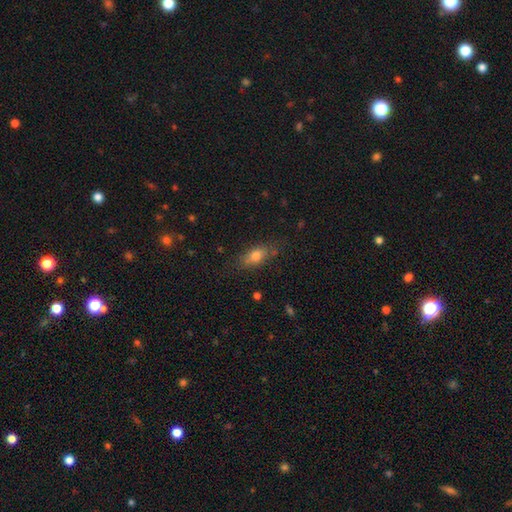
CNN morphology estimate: smooth_or_featured: smooth (p=0.73) [alt: featured or disk p=0.17]
how_rounded: in between (p=0.77) [alt: cigar-shaped p=0.15]
merging: none (p=0.71) [alt: minor disturbance p=0.20]